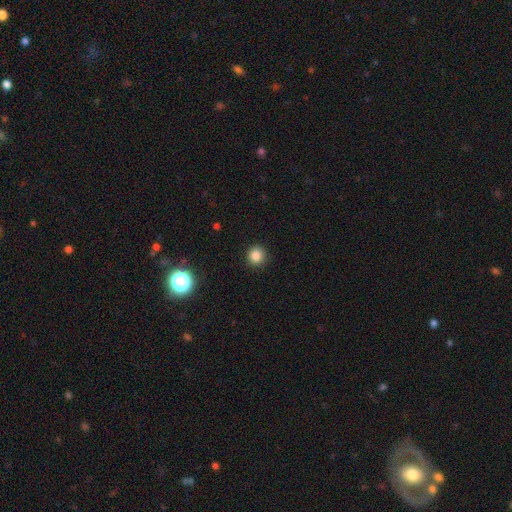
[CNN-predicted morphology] This appears to be a smooth galaxy with no disk features (84%) that is round (93%). Merging: none (92%).